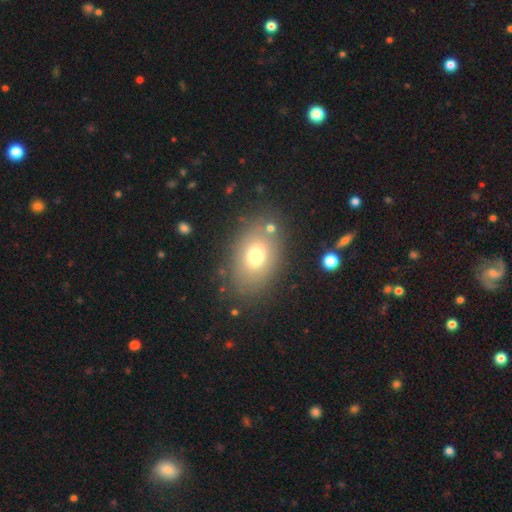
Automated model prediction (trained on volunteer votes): This appears to be a smooth galaxy with no disk features (70%) that is in between round and cigar-shaped (77%). Merging: none (78%).